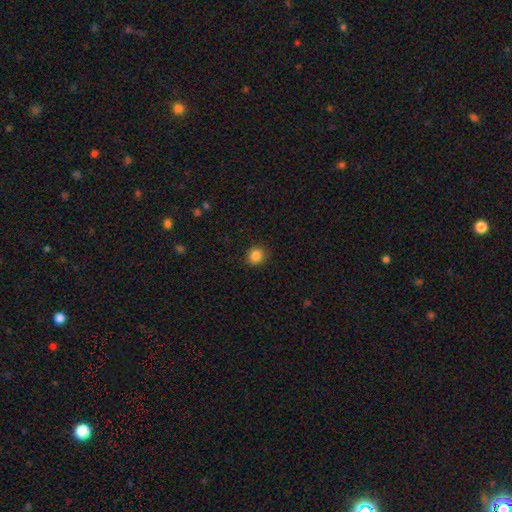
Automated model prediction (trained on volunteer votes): Smooth or featured?
  - smooth: 85% *
  - star or artifact: 11%
  - featured or disk: 4%
How rounded?
  - round: 86% *
  - in between: 13%
  - cigar-shaped: 1%
Merging?
  - none: 90% *
  - minor disturbance: 7%
  - major disturbance: 2%
  - merger: 1%